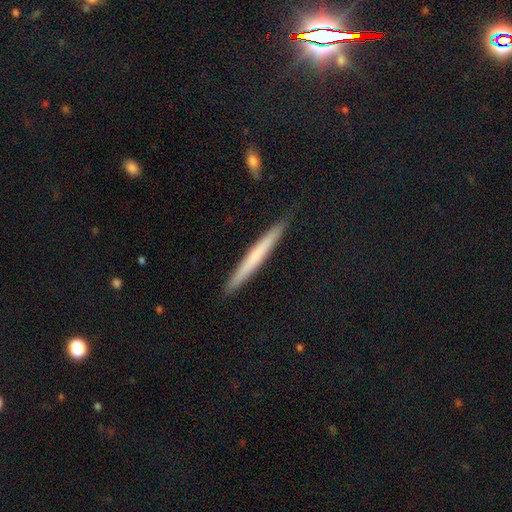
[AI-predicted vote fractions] Overall: smooth (55%; featured or disk 37%). How rounded: cigar-shaped (97%). Merging: none (89%).